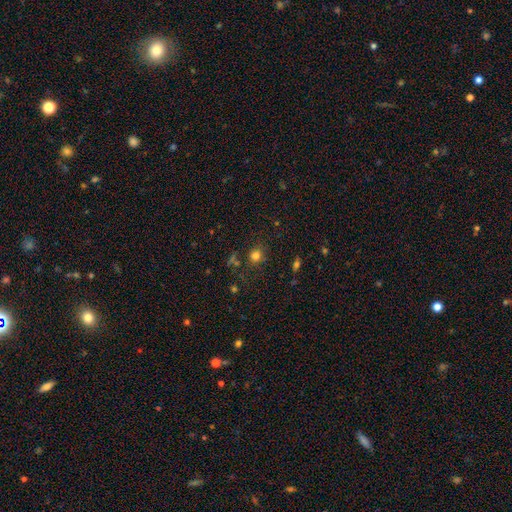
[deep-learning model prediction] Smooth or featured: smooth — 75% (star or artifact — 18%)
How rounded: round — 82% (in between — 17%)
Merging: none — 76% (minor disturbance — 13%)